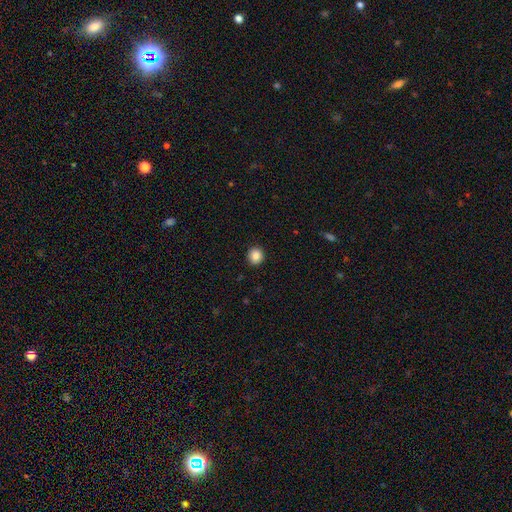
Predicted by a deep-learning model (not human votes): Smooth or featured? Predicted: smooth (p=0.87). How rounded? Predicted: round (p=0.89). Merging? Predicted: none (p=0.92).